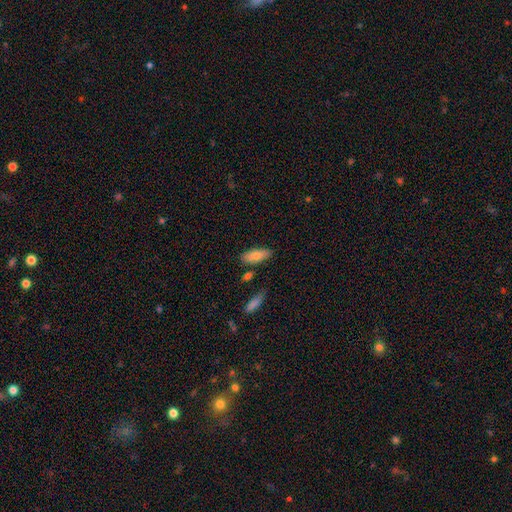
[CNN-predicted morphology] Smooth or featured: smooth — 81% (featured or disk — 13%)
How rounded: in between — 77% (cigar-shaped — 21%)
Merging: none — 77% (minor disturbance — 14%)